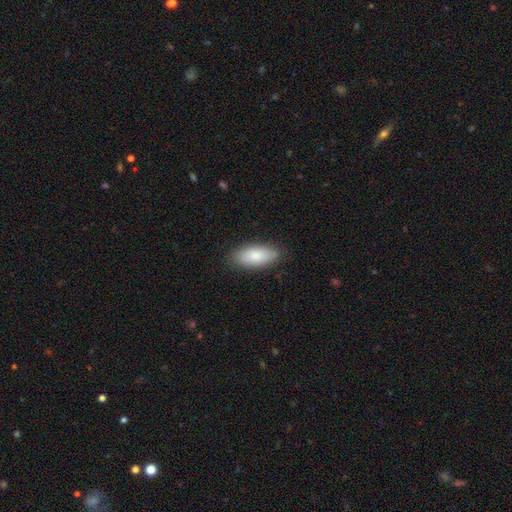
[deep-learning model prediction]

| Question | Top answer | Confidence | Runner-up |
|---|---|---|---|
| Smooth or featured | smooth | 85% | featured or disk (10%) |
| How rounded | in between | 85% | cigar-shaped (13%) |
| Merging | none | 85% | minor disturbance (12%) |